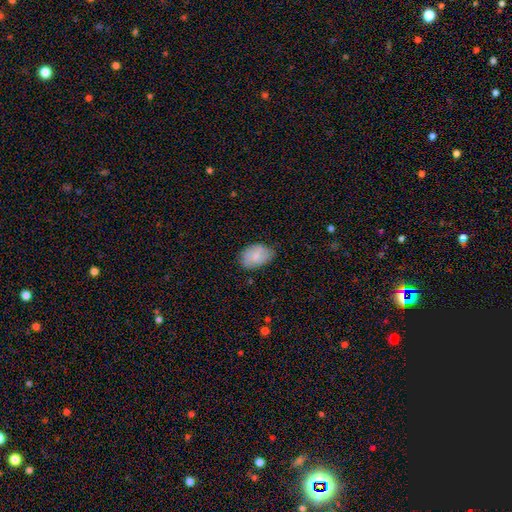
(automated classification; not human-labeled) This is likely a smooth galaxy (67%). How rounded: clearly in between (83%). Merging: likely none (72%).